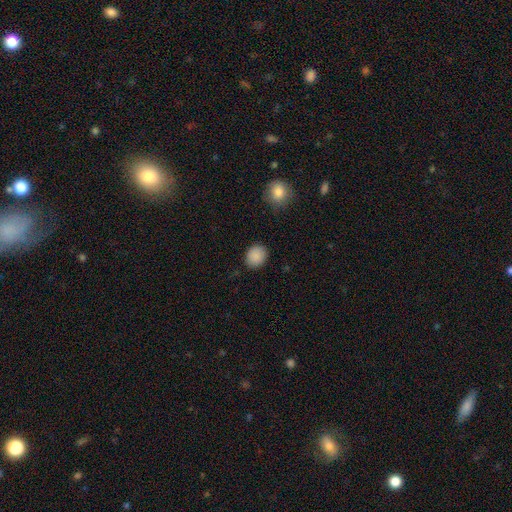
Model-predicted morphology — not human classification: This is clearly a smooth galaxy (89%). How rounded: likely round (63%). Merging: clearly none (87%).